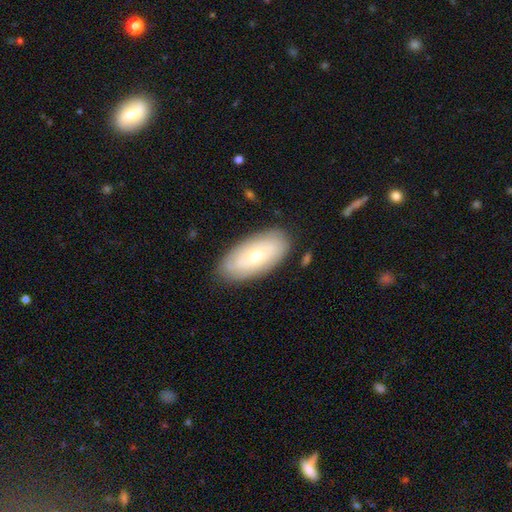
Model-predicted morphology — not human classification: The model was most divided on "smooth or featured": smooth: 54%, featured or disk: 40%, star or artifact: 6%. More confident: how rounded — in between (91%); merging — none (83%).